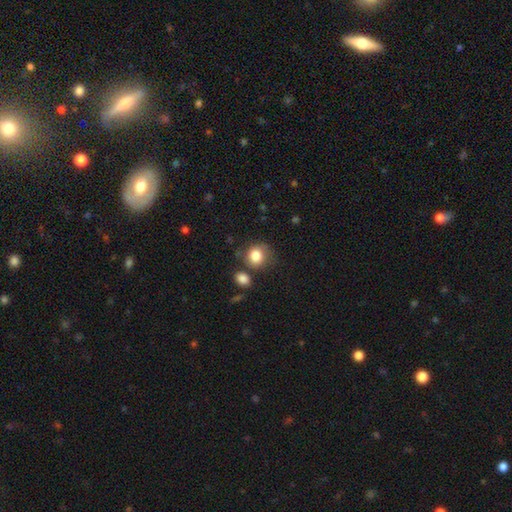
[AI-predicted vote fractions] Smooth or featured: smooth — 83% (star or artifact — 9%)
How rounded: round — 80% (in between — 19%)
Merging: none — 64% (minor disturbance — 19%)